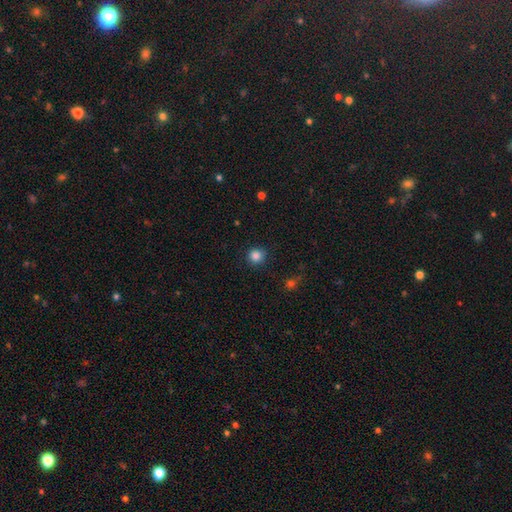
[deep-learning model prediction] This is clearly a smooth galaxy (85%). How rounded: clearly round (92%). Merging: clearly none (89%).